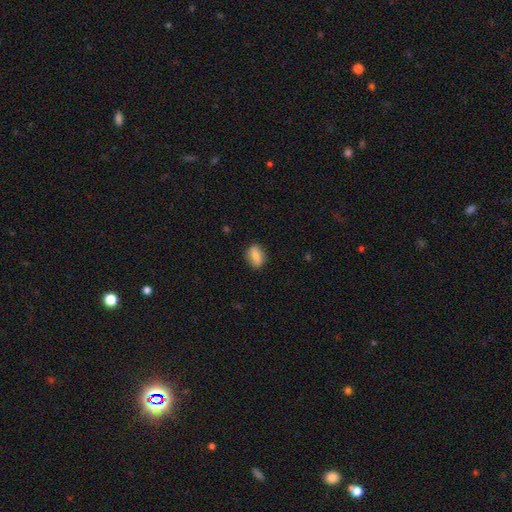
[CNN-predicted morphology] The model was most divided on "how rounded": in between: 76%, round: 20%, cigar-shaped: 4%. More confident: merging — none (85%); smooth or featured — smooth (78%).